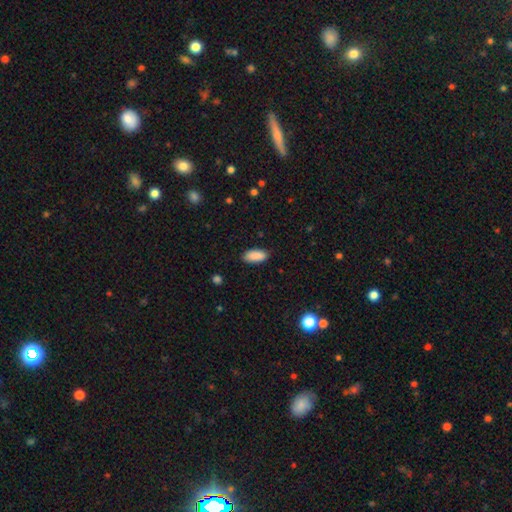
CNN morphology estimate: smooth 89%, star or artifact 6%, featured or disk 4%. Down the decision tree: how rounded — in between (86%); merging — none (87%).